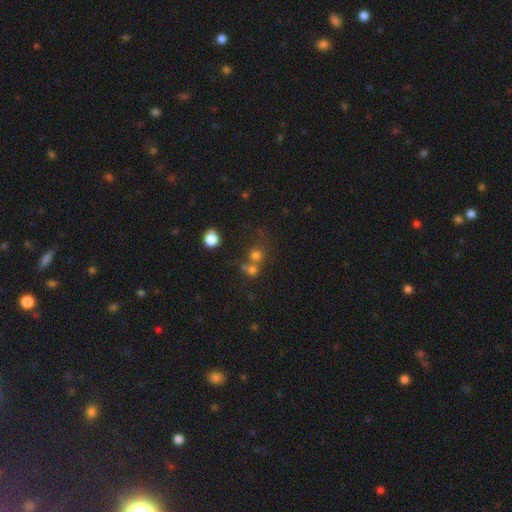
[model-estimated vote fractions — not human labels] Smooth or featured: smooth — 70% (star or artifact — 19%)
How rounded: round — 87% (in between — 12%)
Merging: none — 49% (merger — 39%)